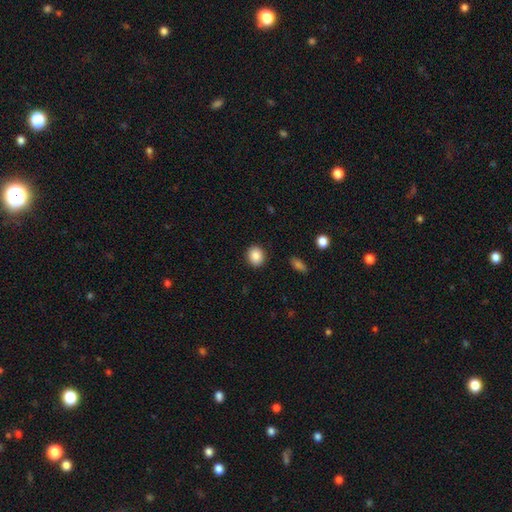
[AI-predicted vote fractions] smooth_or_featured: smooth (p=0.87) [alt: star or artifact p=0.09]
how_rounded: round (p=0.74) [alt: in between p=0.25]
merging: none (p=0.91) [alt: minor disturbance p=0.06]